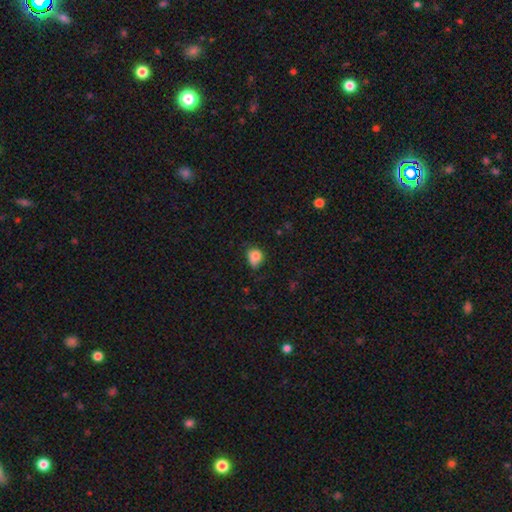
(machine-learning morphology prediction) smooth 80%, featured or disk 11%, star or artifact 10%. Down the decision tree: how rounded — round (60%); merging — none (43%).